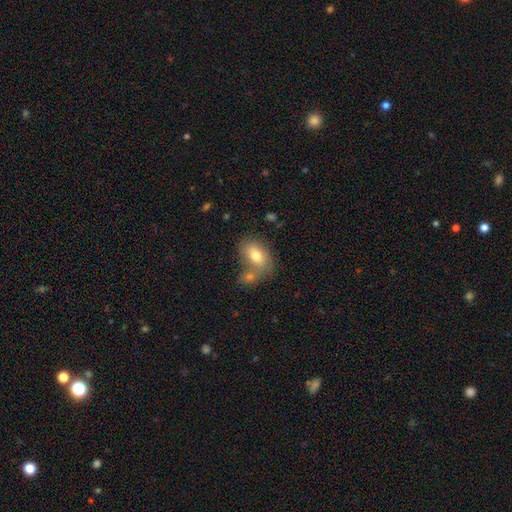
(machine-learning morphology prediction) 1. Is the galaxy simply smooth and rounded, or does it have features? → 74% smooth, 19% featured or disk, 8% star or artifact.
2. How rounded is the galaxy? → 86% in between, 12% round, 2% cigar-shaped.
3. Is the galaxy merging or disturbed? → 46% none, 35% merger, 14% minor disturbance, 5% major disturbance.